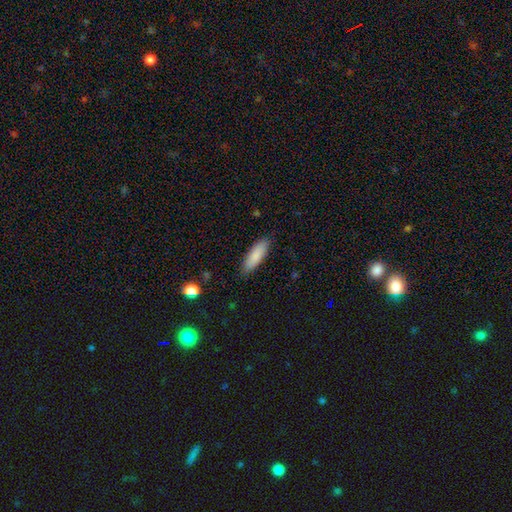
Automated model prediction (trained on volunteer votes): The model was most divided on "how rounded": in between: 53%, cigar-shaped: 46%, round: 1%. More confident: merging — none (87%); smooth or featured — smooth (86%).